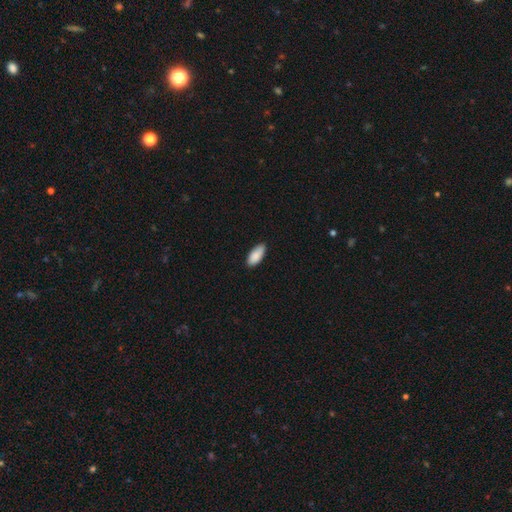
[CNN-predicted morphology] Smooth or featured? Predicted: smooth (p=0.89). How rounded? Predicted: in between (p=0.87). Merging? Predicted: none (p=0.81).